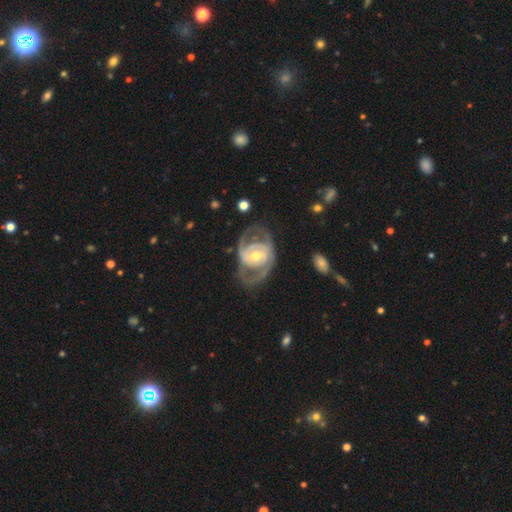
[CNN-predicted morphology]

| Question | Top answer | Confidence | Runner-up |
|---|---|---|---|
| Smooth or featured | featured or disk | 86% | smooth (10%) |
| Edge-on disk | no | 97% | yes (3%) |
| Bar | no | 46% | weak (38%) |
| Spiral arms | yes | 89% | no (11%) |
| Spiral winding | medium | 46% | tight (38%) |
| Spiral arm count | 2 | 63% | can't tell (16%) |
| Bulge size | moderate | 65% | small (26%) |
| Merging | none | 57% | major disturbance (21%) |